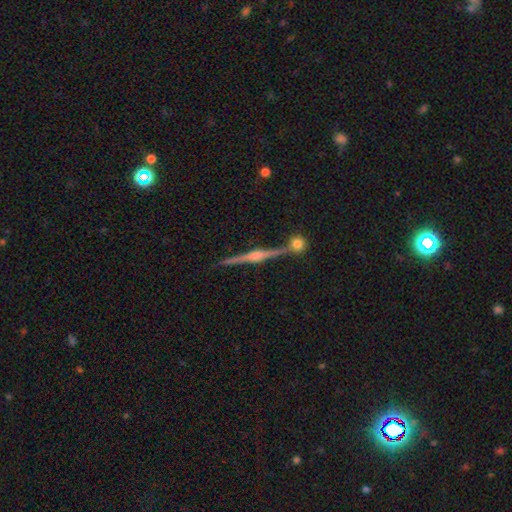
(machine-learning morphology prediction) Smooth or featured: featured or disk — 84% (smooth — 8%)
Edge-on disk: yes — 98% (no — 2%)
Edge-on bulge: rounded — 84% (boxy — 11%)
Merging: none — 81% (minor disturbance — 8%)